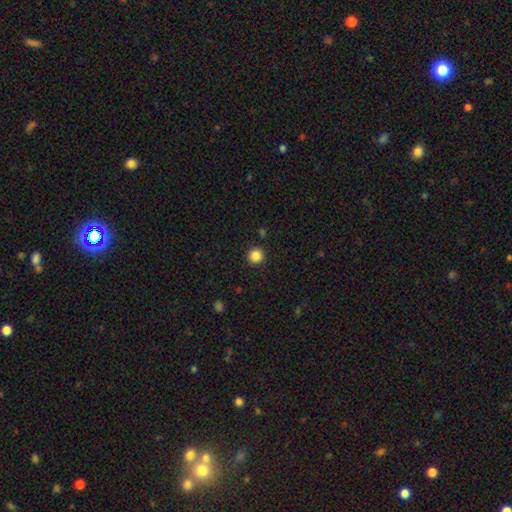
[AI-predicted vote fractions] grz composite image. It shows a smooth galaxy with no disk features (85%) that is round (95%). Merging: none (92%).